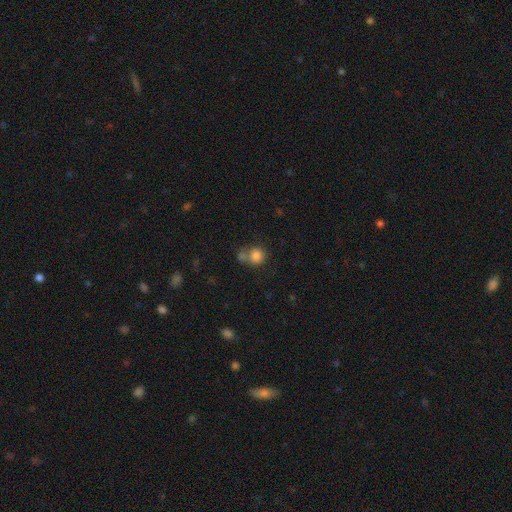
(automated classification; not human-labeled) Smooth or featured? smooth (82%)
How rounded? round (86%)
Merging? none (47%)